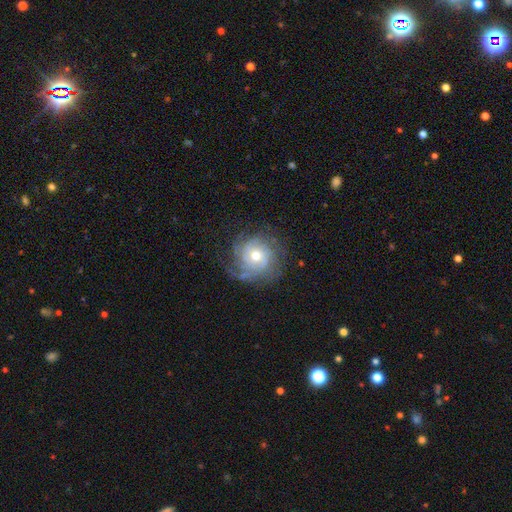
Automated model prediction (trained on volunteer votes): A featured or disk galaxy (78%) with no bar (79%), tight (67%) spiral arms (92%) and a moderate central bulge (64%).

Vote fractions:
- Smooth or featured? featured or disk: 78% / smooth: 15% / star or artifact: 8%
- Edge-on disk? no: 97% / yes: 3%
- Bar? no: 79% / weak: 18% / strong: 4%
- Spiral arms? yes: 92% / no: 8%
- Spiral winding? tight: 67% / medium: 25% / loose: 8%
- Spiral arm count? can't tell: 40% / 3: 20% / 2: 15% / 4: 12% / more than 4: 7% / 1: 6%
- Bulge size? moderate: 64% / small: 29% / large: 5% / dominant: 1% / none: 1%
- Merging? none: 71% / minor disturbance: 17% / major disturbance: 10% / merger: 1%